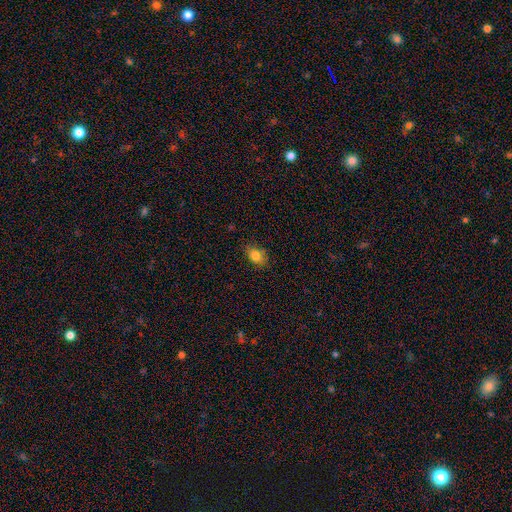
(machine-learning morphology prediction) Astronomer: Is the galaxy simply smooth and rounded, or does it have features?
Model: smooth — 82%.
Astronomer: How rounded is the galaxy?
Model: in between — 72%.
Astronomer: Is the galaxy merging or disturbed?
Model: none — 78%.